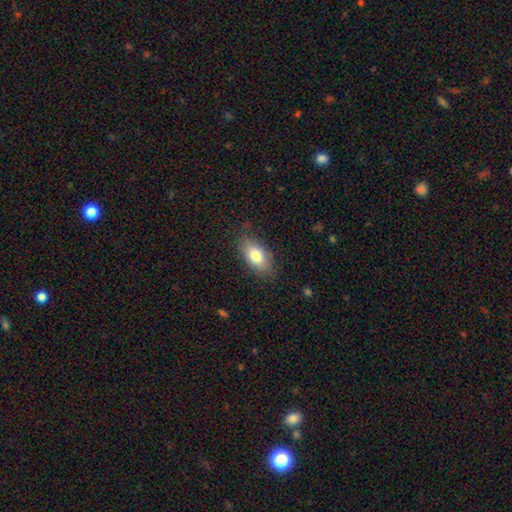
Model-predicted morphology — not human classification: smooth_or_featured: smooth (p=0.79) [alt: featured or disk p=0.13]
how_rounded: in between (p=0.90) [alt: cigar-shaped p=0.05]
merging: none (p=0.81) [alt: minor disturbance p=0.14]